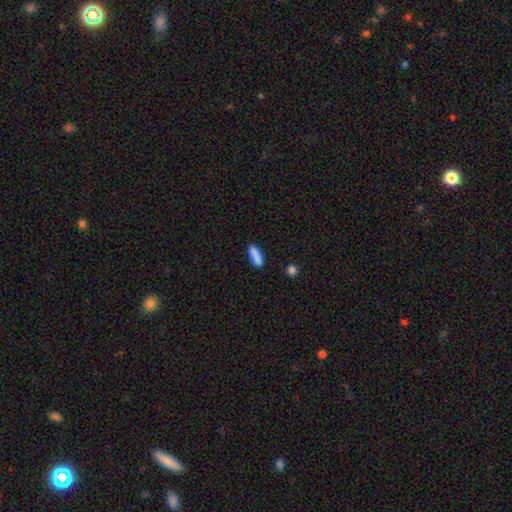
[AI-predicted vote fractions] This appears to be a smooth galaxy with no disk features (85%) that is cigar-shaped (55%). Merging: none (77%).